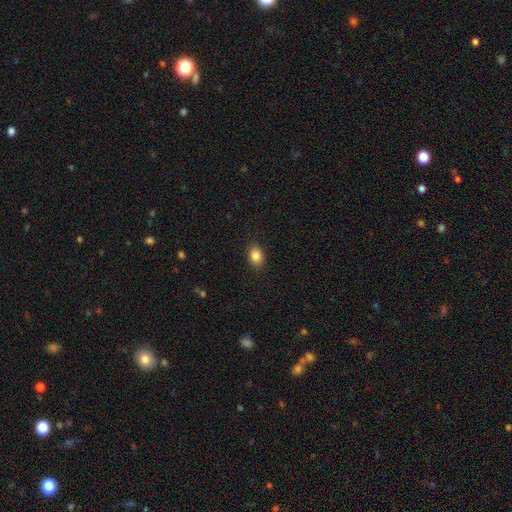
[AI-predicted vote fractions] Q: Smooth or featured?
A: smooth (86%); runner-up: star or artifact (9%)
Q: How rounded?
A: in between (69%); runner-up: round (29%)
Q: Merging?
A: none (88%); runner-up: minor disturbance (9%)